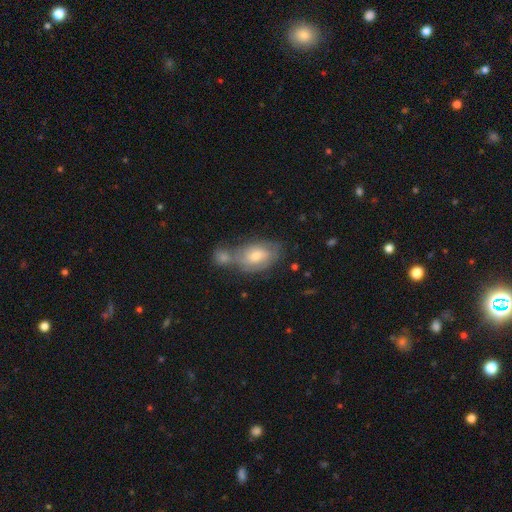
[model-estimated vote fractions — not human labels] A smooth galaxy with no disk features (52%) that is in between round and cigar-shaped (88%). Merging: merger (39%).